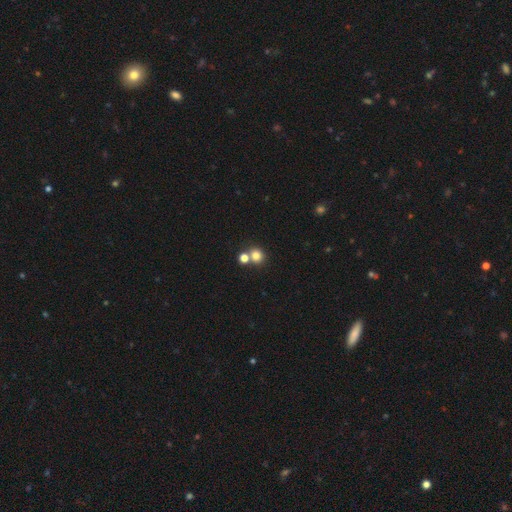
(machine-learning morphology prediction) This is likely a smooth galaxy (78%). How rounded: clearly round (86%). Merging: possibly none (57%).